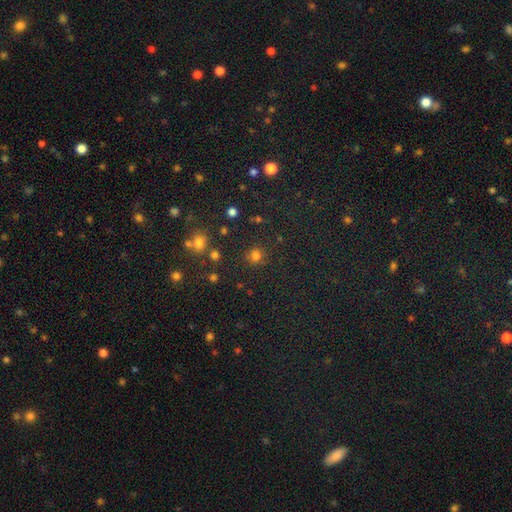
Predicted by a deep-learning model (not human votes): Smooth or featured? Predicted: smooth (p=0.73). How rounded? Predicted: round (p=0.87). Merging? Predicted: none (p=0.77).